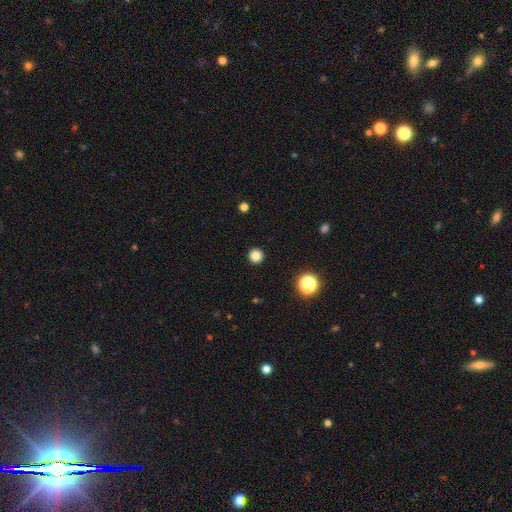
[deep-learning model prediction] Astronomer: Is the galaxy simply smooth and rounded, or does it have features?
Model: smooth — 83%.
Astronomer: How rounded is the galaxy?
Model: round — 96%.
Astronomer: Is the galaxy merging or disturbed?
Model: none — 94%.